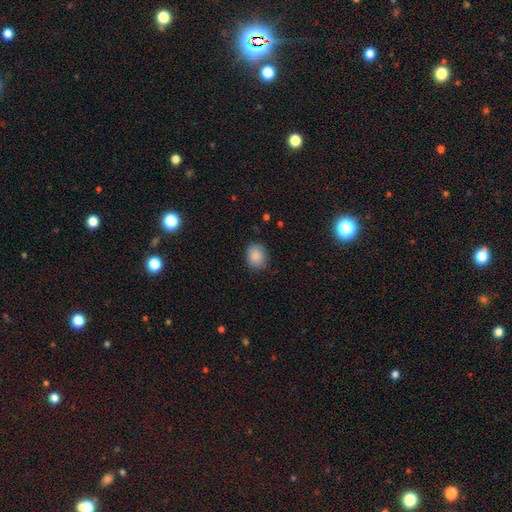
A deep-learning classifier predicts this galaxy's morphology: type=smooth (88%); roundness=round (55%); merging=none (82%).